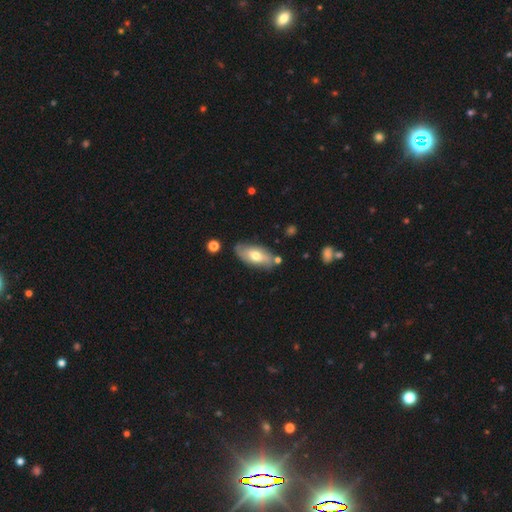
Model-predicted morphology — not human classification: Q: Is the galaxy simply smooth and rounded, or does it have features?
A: smooth — 57%.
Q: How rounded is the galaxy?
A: in between — 87%.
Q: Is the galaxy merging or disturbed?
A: none — 73%.